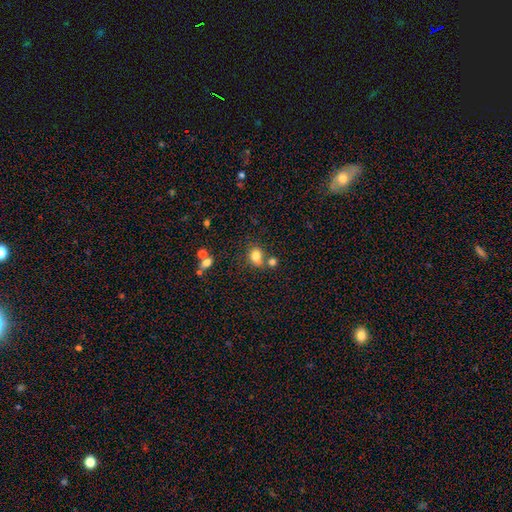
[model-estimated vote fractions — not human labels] Smooth or featured? smooth (80%)
How rounded? in between (49%, tied with round)
Merging? none (54%)